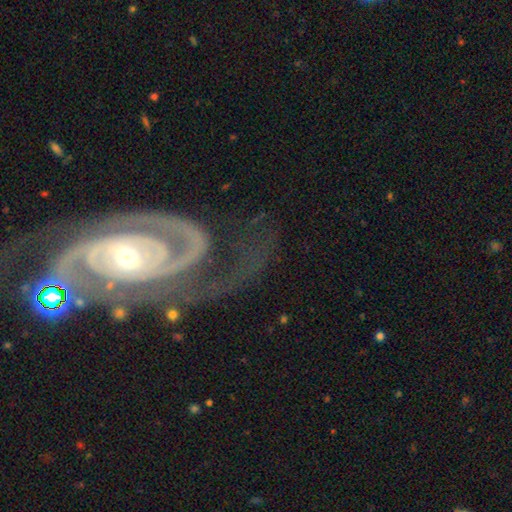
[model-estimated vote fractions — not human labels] The model was most divided on "bulge size": small: 57%, moderate: 38%, large: 2%, none: 1%, dominant: 1%. More confident: spiral arms — yes (98%); edge-on disk — no (96%); smooth or featured — featured or disk (91%); spiral arm count — 2 (77%); spiral winding — tight (63%); merging — none (63%); bar — no (55%).